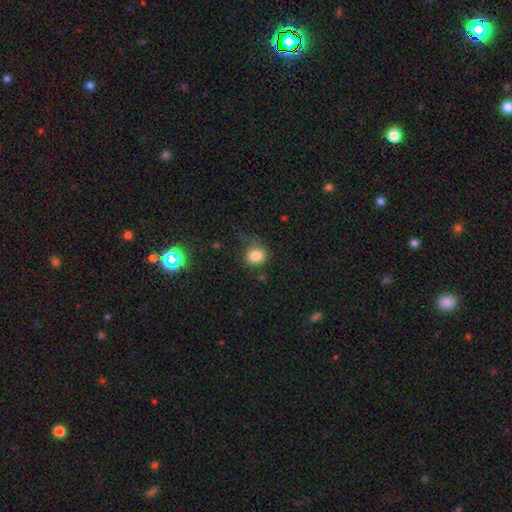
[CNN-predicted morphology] Smooth or featured: smooth — 83% (star or artifact — 11%)
How rounded: round — 77% (in between — 22%)
Merging: none — 64% (minor disturbance — 23%)